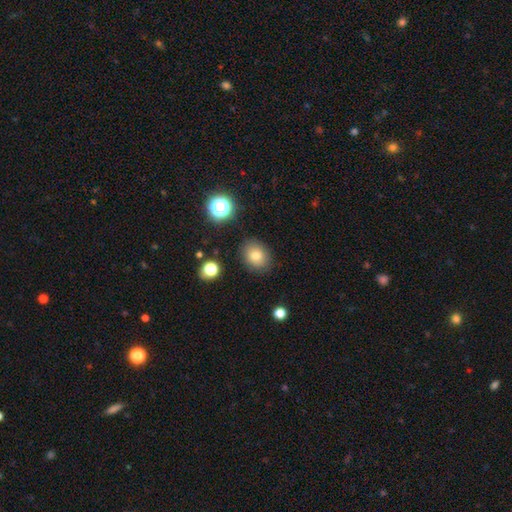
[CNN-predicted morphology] Smooth or featured? smooth (78%)
How rounded? in between (52%)
Merging? none (84%)